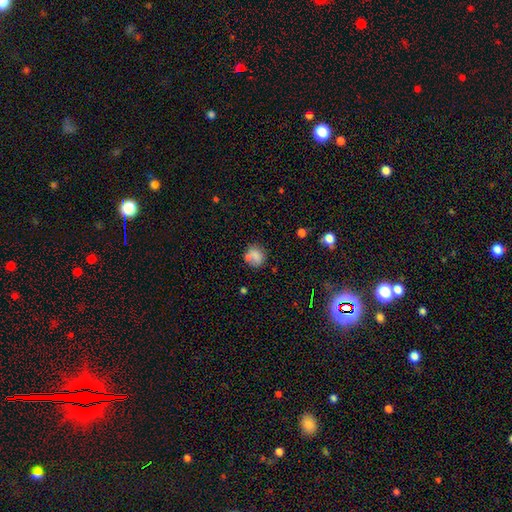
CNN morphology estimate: Overall: smooth (75%). How rounded: round (74%). Merging: none (57%; minor disturbance 19%).